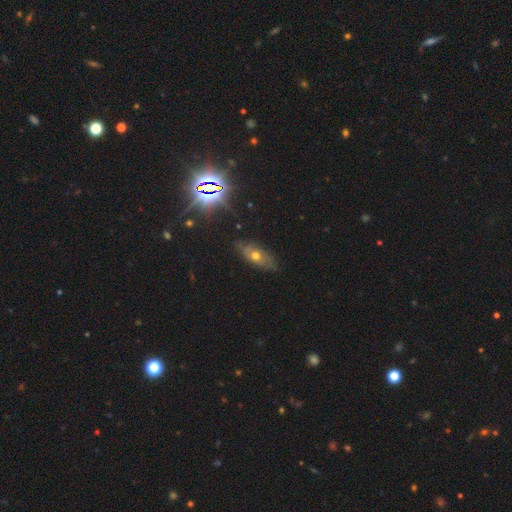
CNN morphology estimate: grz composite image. It shows a smooth galaxy with no disk features (42%, tied with featured or disk). Merging: none (75%).